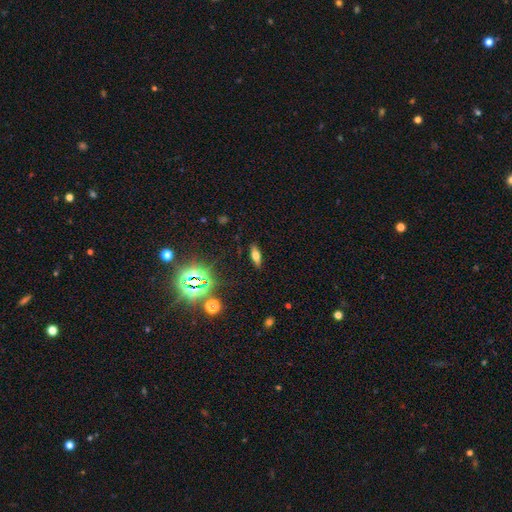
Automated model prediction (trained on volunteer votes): Morphology: type=smooth (53%); roundness=in between (58%); merging=none (88%).